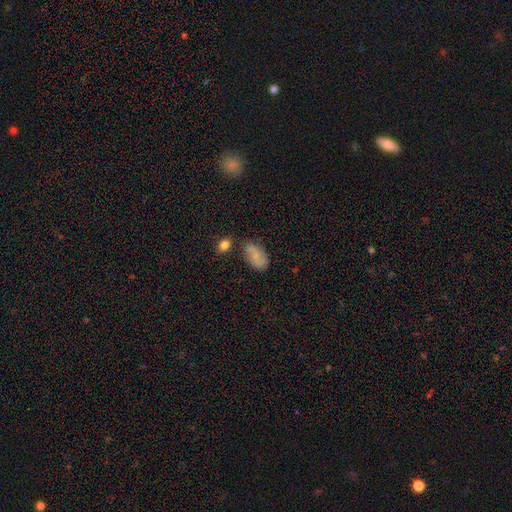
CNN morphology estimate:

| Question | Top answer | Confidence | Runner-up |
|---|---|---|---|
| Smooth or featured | smooth | 72% | featured or disk (18%) |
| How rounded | in between | 93% | round (5%) |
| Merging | none | 61% | minor disturbance (23%) |